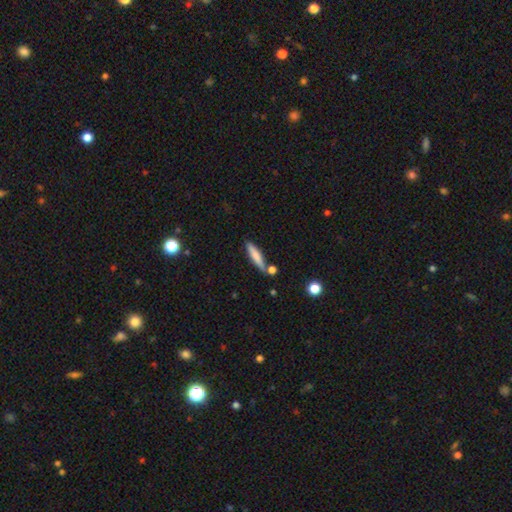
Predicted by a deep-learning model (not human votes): Morphology: type=smooth (73%); roundness=cigar-shaped (84%); merging=none (72%).